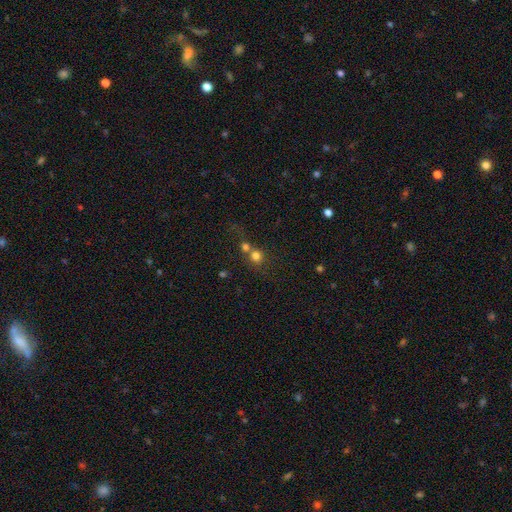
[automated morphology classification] Smooth or featured? Predicted: smooth (p=0.75). How rounded? Predicted: round (p=0.87). Merging? Predicted: merger (p=0.51).